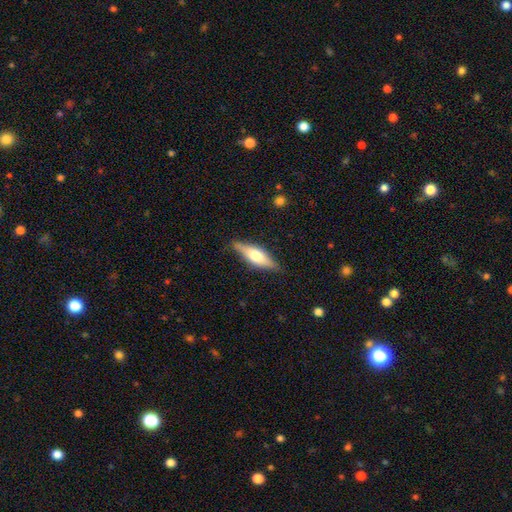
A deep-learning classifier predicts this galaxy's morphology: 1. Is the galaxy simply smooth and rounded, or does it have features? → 48% smooth, 46% featured or disk, 6% star or artifact.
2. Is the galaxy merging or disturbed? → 82% none, 14% minor disturbance, 3% major disturbance, 1% merger.